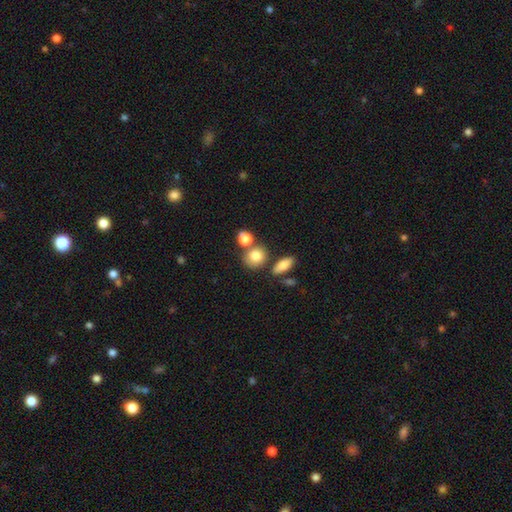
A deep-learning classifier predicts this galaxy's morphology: Overall: smooth (80%). How rounded: round (66%; in between 32%). Merging: none (59%; merger 26%).